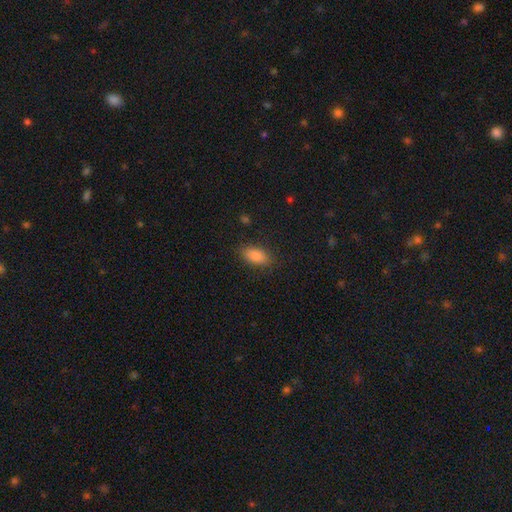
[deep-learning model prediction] Smooth or featured? Predicted: smooth (p=0.86). How rounded? Predicted: in between (p=0.89). Merging? Predicted: none (p=0.86).